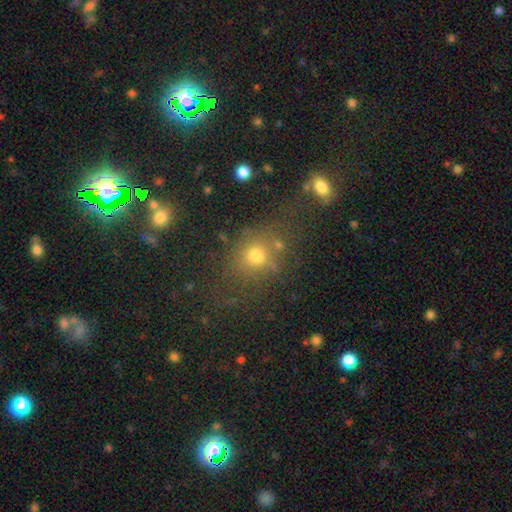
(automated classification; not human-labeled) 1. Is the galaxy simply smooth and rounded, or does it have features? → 67% smooth, 23% star or artifact, 10% featured or disk.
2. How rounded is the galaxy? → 72% round, 26% in between, 2% cigar-shaped.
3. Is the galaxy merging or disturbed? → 67% none, 14% minor disturbance, 12% merger, 7% major disturbance.